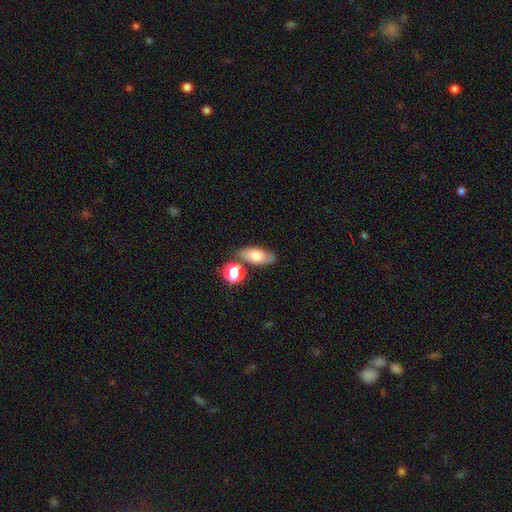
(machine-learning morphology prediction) smooth_or_featured: smooth (p=0.71) [alt: featured or disk p=0.19]
how_rounded: in between (p=0.82) [alt: cigar-shaped p=0.11]
merging: none (p=0.70) [alt: minor disturbance p=0.16]